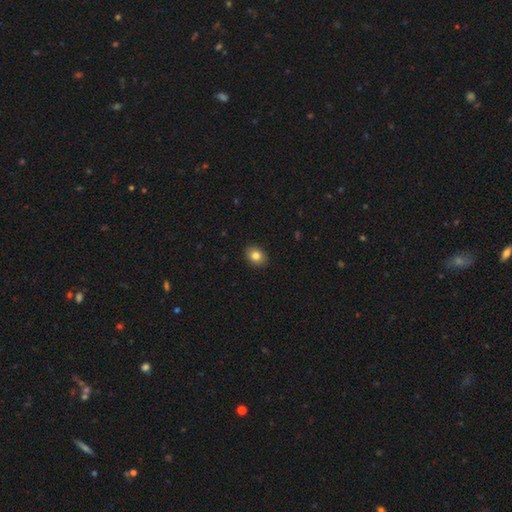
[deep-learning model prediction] smooth_or_featured: smooth (p=0.82) [alt: star or artifact p=0.09]
how_rounded: in between (p=0.57) [alt: round p=0.42]
merging: none (p=0.90) [alt: minor disturbance p=0.07]